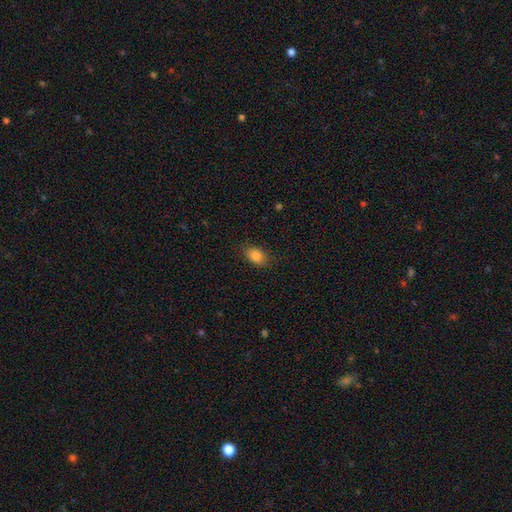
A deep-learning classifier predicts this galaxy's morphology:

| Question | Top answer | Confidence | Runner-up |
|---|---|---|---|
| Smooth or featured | smooth | 86% | star or artifact (9%) |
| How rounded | in between | 81% | round (18%) |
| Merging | none | 84% | minor disturbance (12%) |